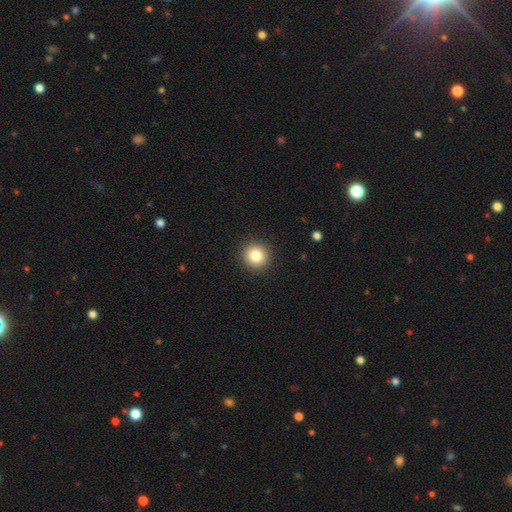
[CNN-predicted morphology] A smooth galaxy with no disk features (83%) that is round (92%).

Vote fractions:
- Smooth or featured? smooth: 83% / star or artifact: 10% / featured or disk: 7%
- How rounded? round: 92% / in between: 7% / cigar-shaped: 1%
- Merging? none: 92% / minor disturbance: 6% / major disturbance: 2% / merger: 1%